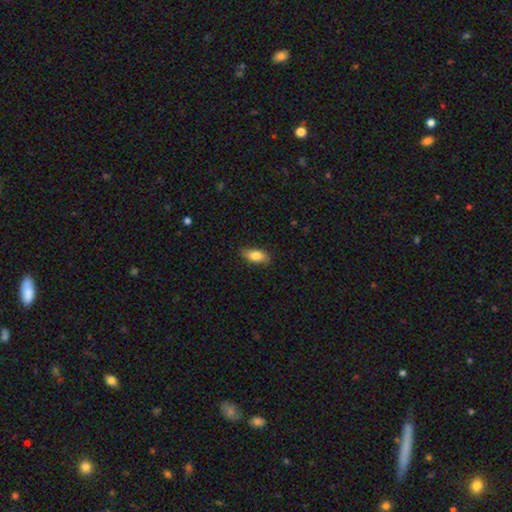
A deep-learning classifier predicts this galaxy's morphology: The model was most divided on "merging": none: 84%, minor disturbance: 13%, major disturbance: 3%, merger: 1%. More confident: how rounded — in between (87%); smooth or featured — smooth (82%).